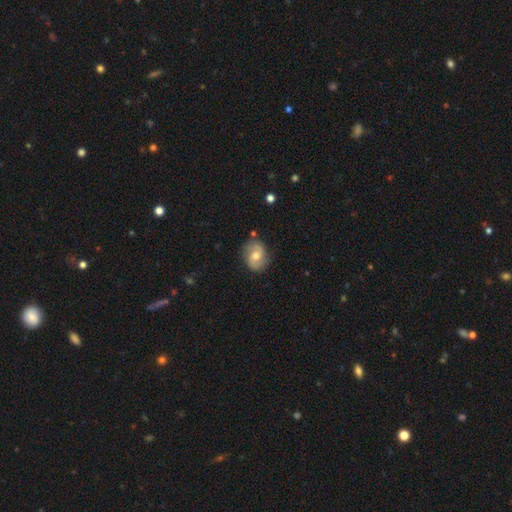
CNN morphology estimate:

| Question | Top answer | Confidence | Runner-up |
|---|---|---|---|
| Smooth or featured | featured or disk | 51% | smooth (42%) |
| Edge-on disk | no | 97% | yes (3%) |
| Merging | none | 76% | minor disturbance (17%) |